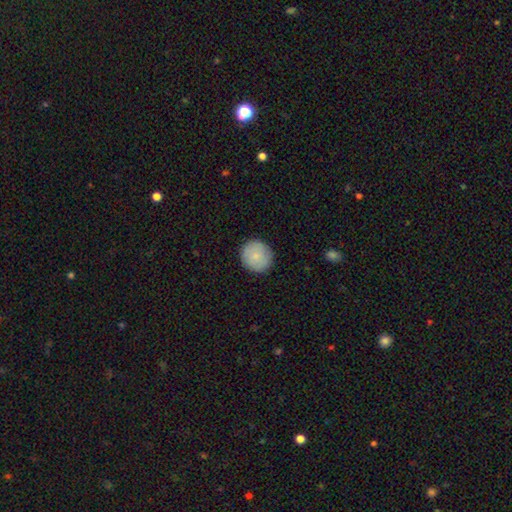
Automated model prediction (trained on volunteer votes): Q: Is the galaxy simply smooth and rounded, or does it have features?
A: smooth — 82%.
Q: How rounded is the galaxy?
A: round — 94%.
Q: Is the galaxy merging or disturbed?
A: none — 90%.